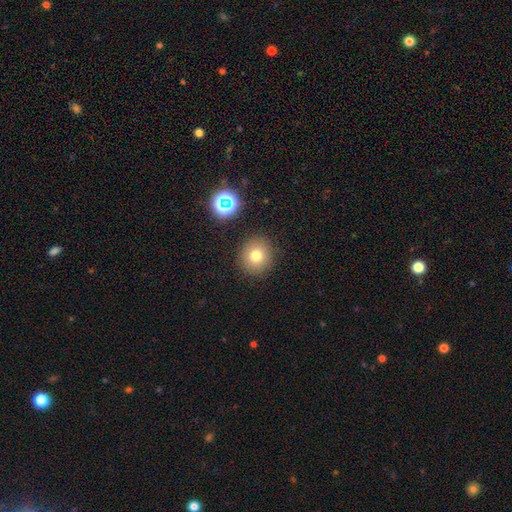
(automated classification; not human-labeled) A smooth galaxy with no disk features (75%) that is round (90%).

Vote fractions:
- Smooth or featured? smooth: 75% / star or artifact: 15% / featured or disk: 10%
- How rounded? round: 90% / in between: 9% / cigar-shaped: 1%
- Merging? none: 89% / minor disturbance: 6% / major disturbance: 2% / merger: 2%